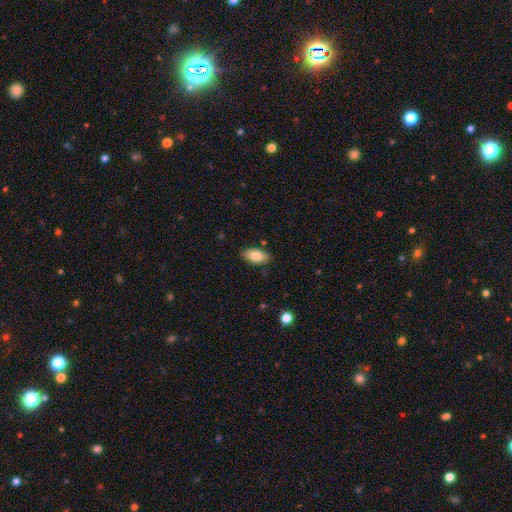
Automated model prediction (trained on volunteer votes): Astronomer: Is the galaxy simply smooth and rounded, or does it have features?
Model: smooth — 84%.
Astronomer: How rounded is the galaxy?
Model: in between — 93%.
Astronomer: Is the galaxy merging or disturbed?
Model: none — 85%.